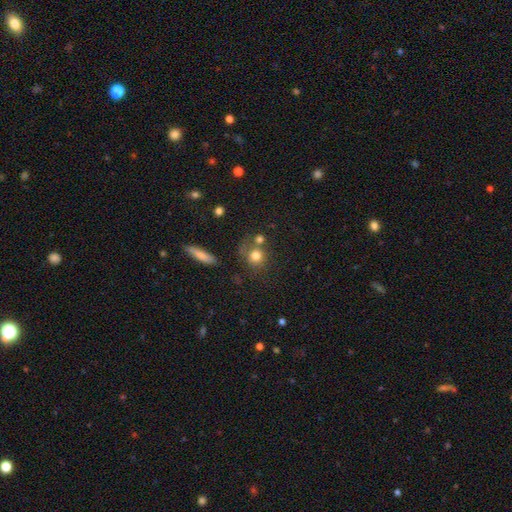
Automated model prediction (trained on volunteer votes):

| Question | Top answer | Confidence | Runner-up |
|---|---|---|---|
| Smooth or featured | smooth | 77% | star or artifact (12%) |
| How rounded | round | 84% | in between (14%) |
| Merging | none | 57% | merger (22%) |